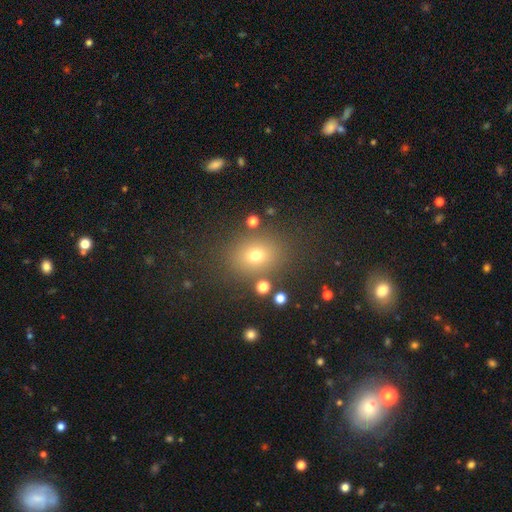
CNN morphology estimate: smooth 69%, star or artifact 19%, featured or disk 11%. Down the decision tree: how rounded — round (59%); merging — none (82%).